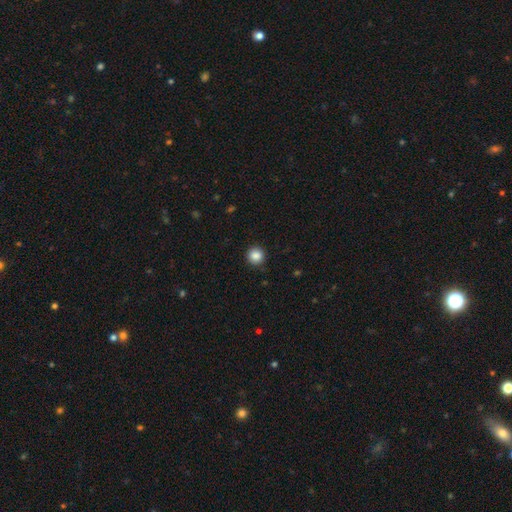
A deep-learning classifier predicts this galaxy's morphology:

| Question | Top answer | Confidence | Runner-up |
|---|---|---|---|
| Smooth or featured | smooth | 87% | star or artifact (10%) |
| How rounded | round | 93% | in between (7%) |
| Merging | none | 89% | minor disturbance (8%) |